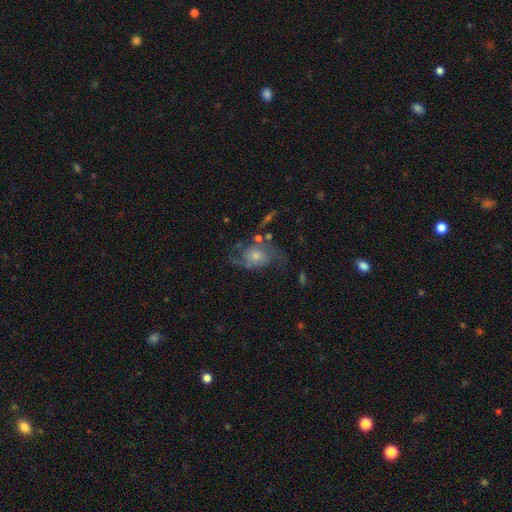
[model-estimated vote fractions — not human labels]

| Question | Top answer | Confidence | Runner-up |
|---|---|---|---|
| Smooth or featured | featured or disk | 75% | smooth (15%) |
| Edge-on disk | no | 97% | yes (3%) |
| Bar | no | 72% | weak (23%) |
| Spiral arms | yes | 91% | no (9%) |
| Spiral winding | medium | 44% | loose (41%) |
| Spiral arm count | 2 | 77% | can't tell (10%) |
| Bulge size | small | 47% | moderate (43%) |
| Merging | none | 57% | minor disturbance (19%) |